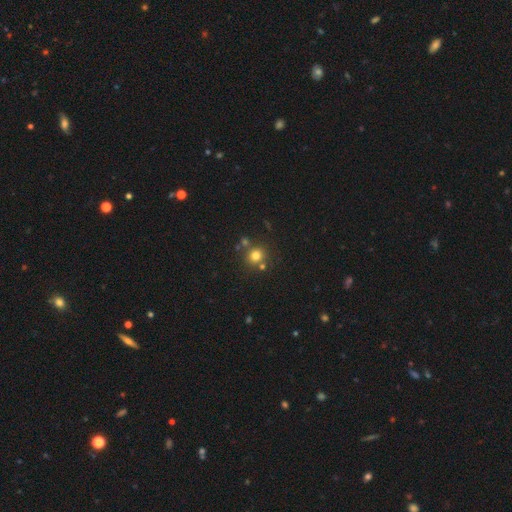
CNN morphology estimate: A smooth galaxy with no disk features (75%) that is round (89%).

Vote fractions:
- Smooth or featured? smooth: 75% / star or artifact: 16% / featured or disk: 8%
- How rounded? round: 89% / in between: 10% / cigar-shaped: 1%
- Merging? none: 72% / merger: 16% / minor disturbance: 9% / major disturbance: 3%